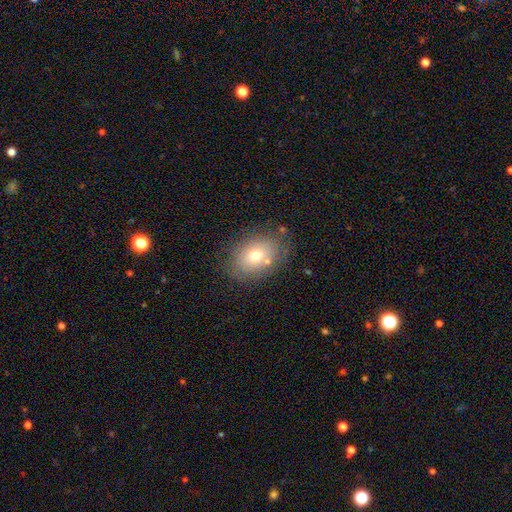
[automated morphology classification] This is likely a smooth galaxy (72%). How rounded: likely in between (70%). Merging: likely none (75%).